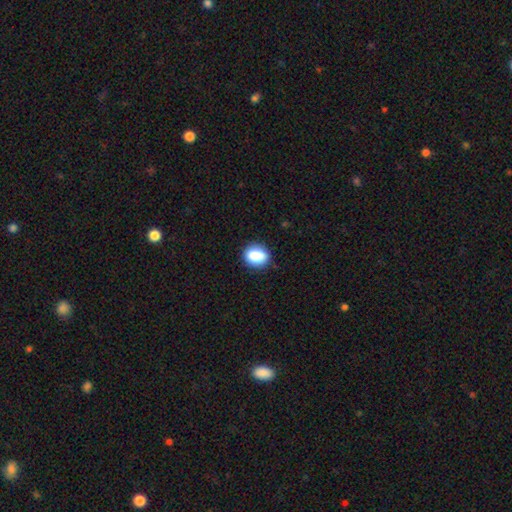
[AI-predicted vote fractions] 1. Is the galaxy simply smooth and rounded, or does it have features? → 85% smooth, 9% star or artifact, 6% featured or disk.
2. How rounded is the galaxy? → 50% in between, 48% round, 1% cigar-shaped.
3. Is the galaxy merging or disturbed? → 85% none, 11% minor disturbance, 2% major disturbance, 1% merger.